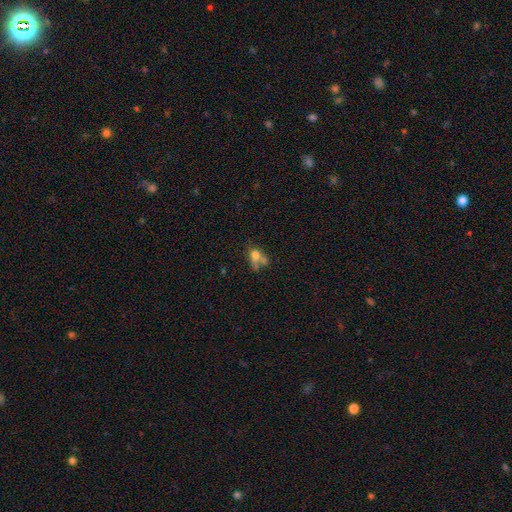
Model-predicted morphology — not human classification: A smooth galaxy with no disk features (69%) that is in between round and cigar-shaped (50%). Merging: merger (42%).